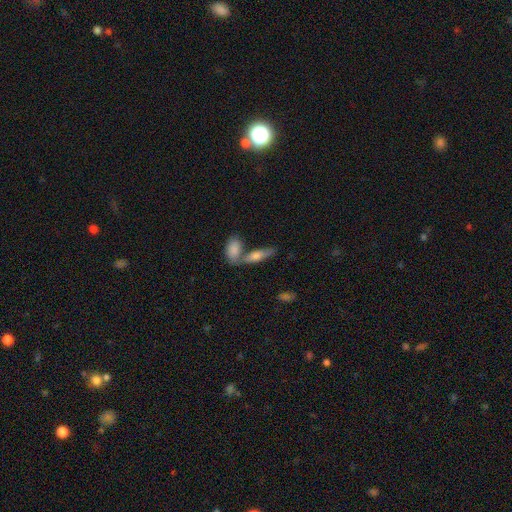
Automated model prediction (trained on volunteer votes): smooth-or-featured: smooth: 65% | featured or disk: 27% | star or artifact: 8%
  how-rounded: in between: 54% | cigar-shaped: 42% | round: 4%
  merging: none: 51% | merger: 36% | minor disturbance: 10% | major disturbance: 3%